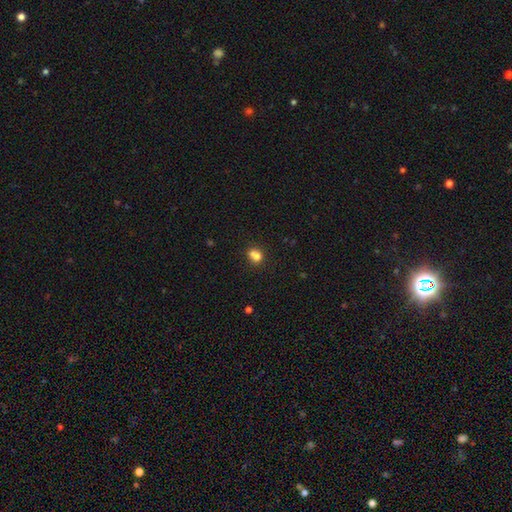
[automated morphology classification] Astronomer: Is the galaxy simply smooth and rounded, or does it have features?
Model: smooth — 75%.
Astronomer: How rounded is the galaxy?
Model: round — 67%.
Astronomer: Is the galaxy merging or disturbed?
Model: merger — 45% (runner-up: none, 39%).